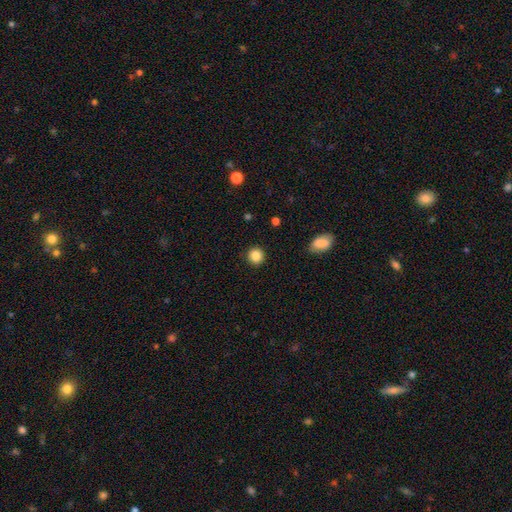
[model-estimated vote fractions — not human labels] smooth 86%, star or artifact 10%, featured or disk 4%. Down the decision tree: how rounded — round (92%); merging — none (91%).